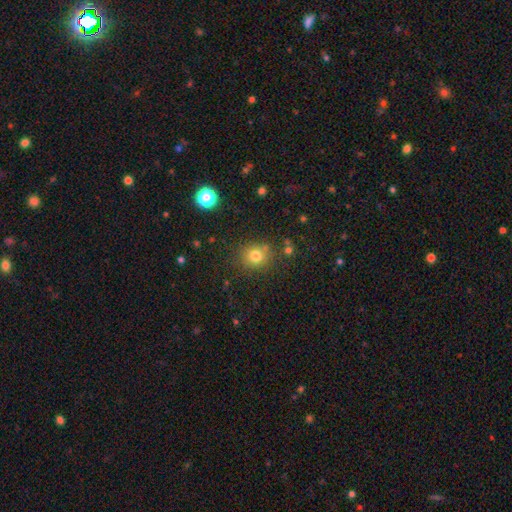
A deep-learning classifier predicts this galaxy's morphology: Smooth or featured?
  - smooth: 77% *
  - star or artifact: 16%
  - featured or disk: 8%
How rounded?
  - round: 83% *
  - in between: 16%
  - cigar-shaped: 1%
Merging?
  - none: 80% *
  - minor disturbance: 11%
  - merger: 5%
  - major disturbance: 4%